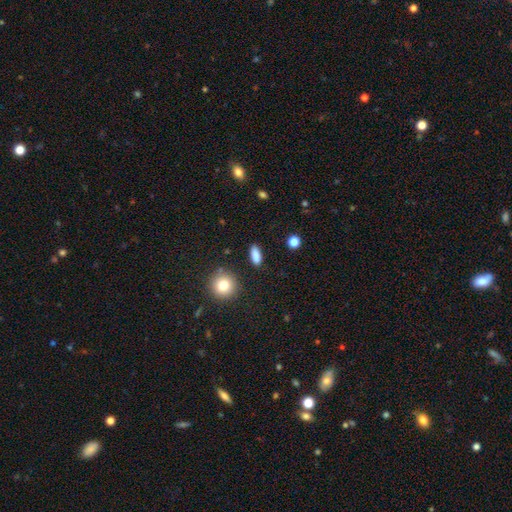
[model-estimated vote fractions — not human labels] Smooth or featured? smooth (86%)
How rounded? in between (64%)
Merging? none (87%)